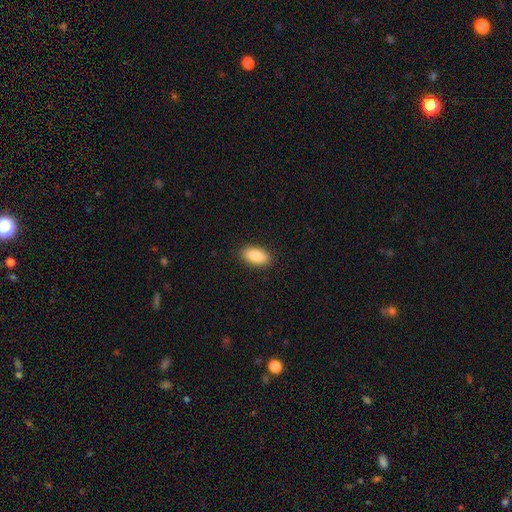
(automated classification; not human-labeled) Smooth or featured? Predicted: smooth (p=0.89). How rounded? Predicted: in between (p=0.93). Merging? Predicted: none (p=0.90).